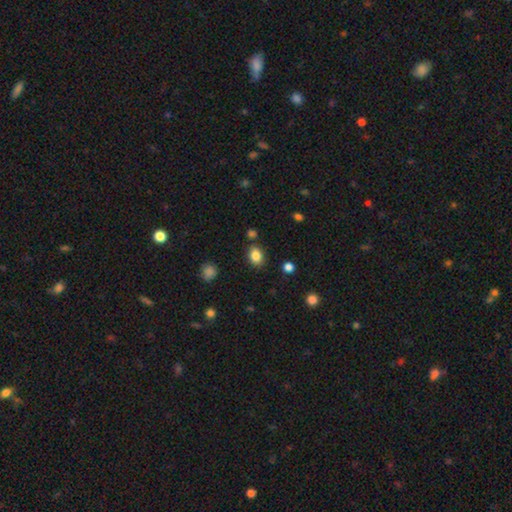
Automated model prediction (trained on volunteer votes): This appears to be a smooth galaxy with no disk features (85%) that is in between round and cigar-shaped (71%). Merging: none (81%).